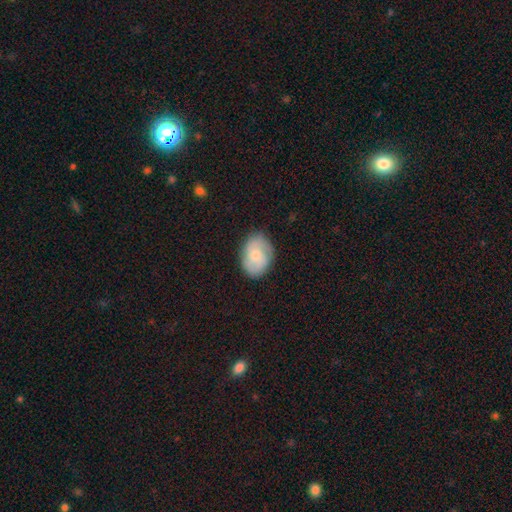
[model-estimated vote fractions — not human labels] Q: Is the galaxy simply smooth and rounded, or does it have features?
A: smooth — 51%.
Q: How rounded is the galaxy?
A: in between — 75%.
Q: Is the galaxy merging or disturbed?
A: none — 80%.